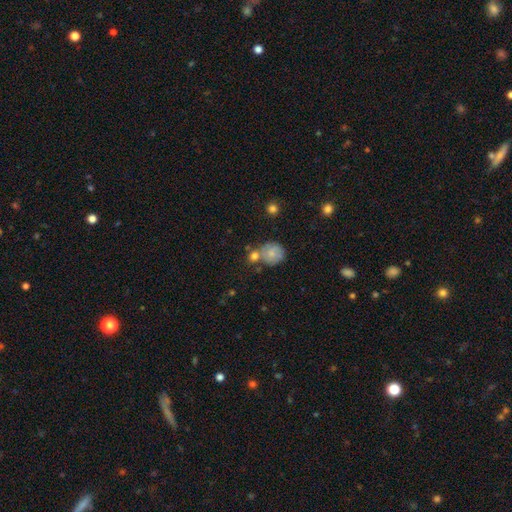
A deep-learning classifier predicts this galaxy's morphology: Overall: smooth (57%; featured or disk 24%). How rounded: round (79%). Merging: none (57%; merger 23%).